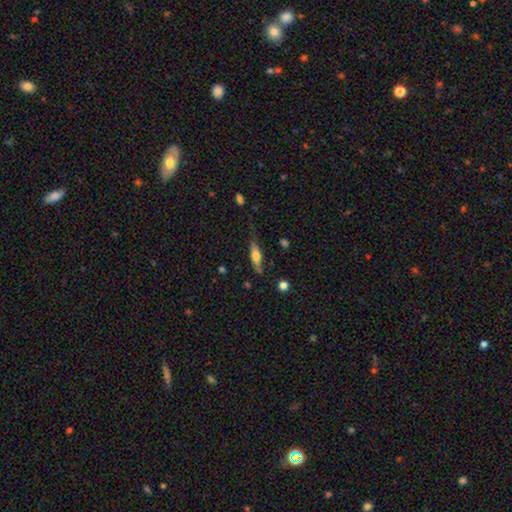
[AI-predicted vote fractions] smooth_or_featured: smooth (p=0.55) [alt: featured or disk p=0.38]
how_rounded: cigar-shaped (p=0.58) [alt: in between p=0.40]
merging: none (p=0.69) [alt: minor disturbance p=0.23]